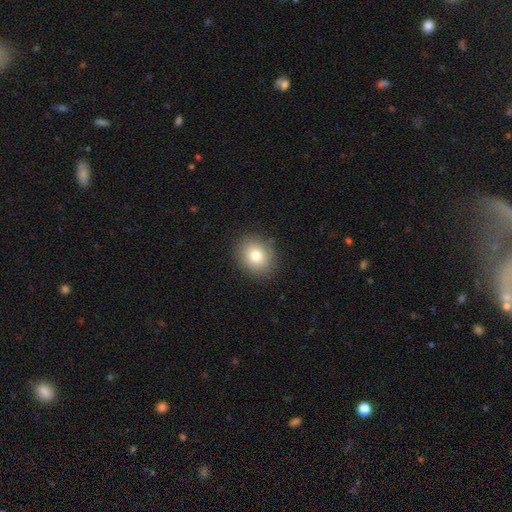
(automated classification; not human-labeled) This appears to be a smooth galaxy with no disk features (79%) that is round (61%). Merging: none (88%).